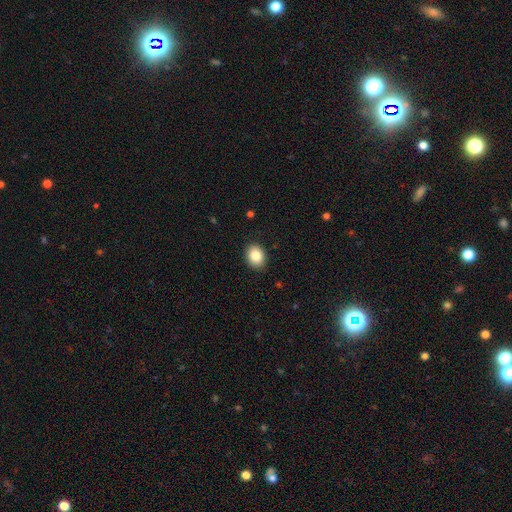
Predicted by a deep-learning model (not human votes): This appears to be a smooth galaxy with no disk features (85%) that is in between round and cigar-shaped (56%). Merging: none (89%).